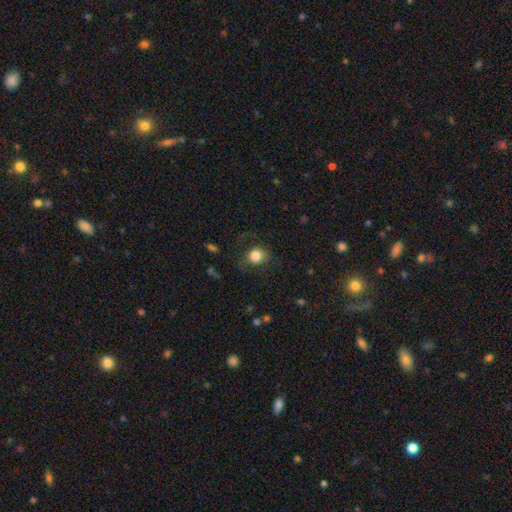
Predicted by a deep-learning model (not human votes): Smooth or featured: smooth — 83% (star or artifact — 10%)
How rounded: round — 77% (in between — 22%)
Merging: none — 72% (minor disturbance — 17%)